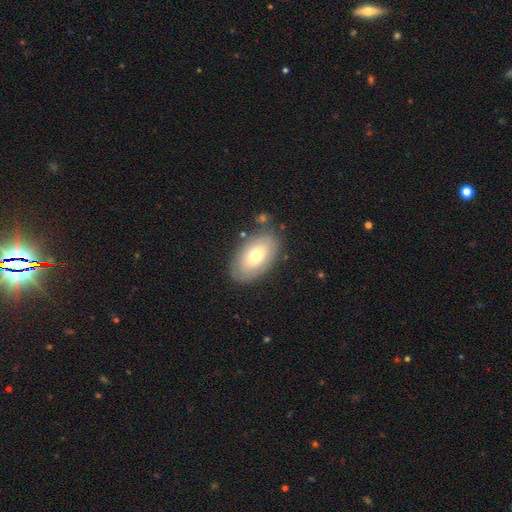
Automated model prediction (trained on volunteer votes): Smooth or featured?
  - smooth: 66% *
  - featured or disk: 27%
  - star or artifact: 7%
How rounded?
  - in between: 93% *
  - round: 5%
  - cigar-shaped: 2%
Merging?
  - none: 80% *
  - minor disturbance: 13%
  - major disturbance: 4%
  - merger: 3%